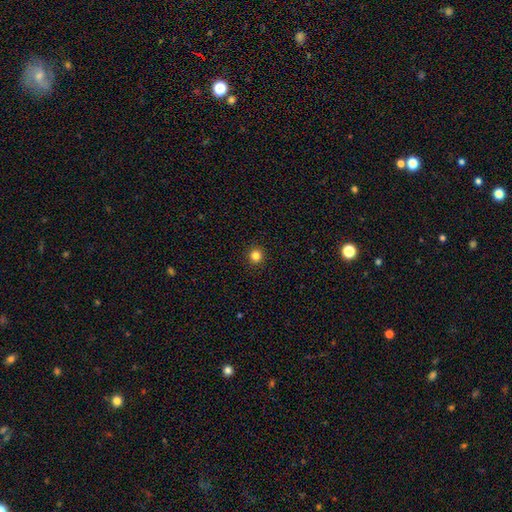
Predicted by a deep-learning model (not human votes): This is clearly a smooth galaxy (83%). How rounded: clearly round (93%). Merging: clearly none (93%).